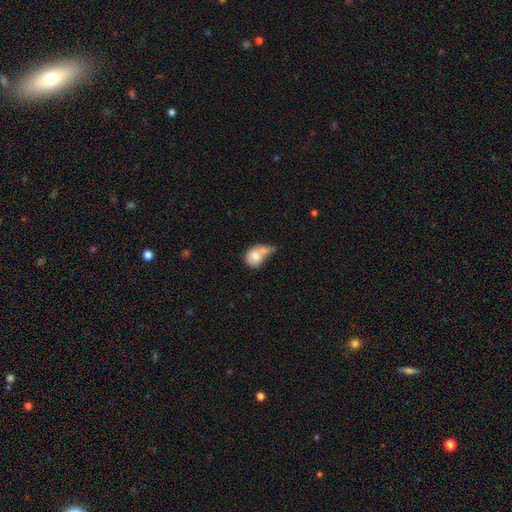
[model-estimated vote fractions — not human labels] smooth_or_featured: smooth (p=0.72) [alt: featured or disk p=0.20]
how_rounded: in between (p=0.50) [alt: round p=0.48]
merging: merger (p=0.41) [alt: major disturbance p=0.22]